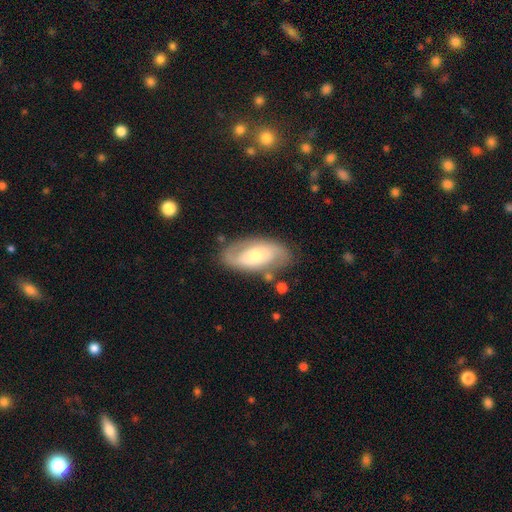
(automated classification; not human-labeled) Smooth or featured: featured or disk — 65% (smooth — 29%)
Edge-on disk: no — 93% (yes — 7%)
Bar: no — 60% (weak — 30%)
Spiral arms: yes — 83% (no — 17%)
Spiral winding: medium — 42% (tight — 32%)
Spiral arm count: 2 — 80% (can't tell — 12%)
Bulge size: moderate — 48% (small — 42%)
Merging: none — 74% (minor disturbance — 17%)